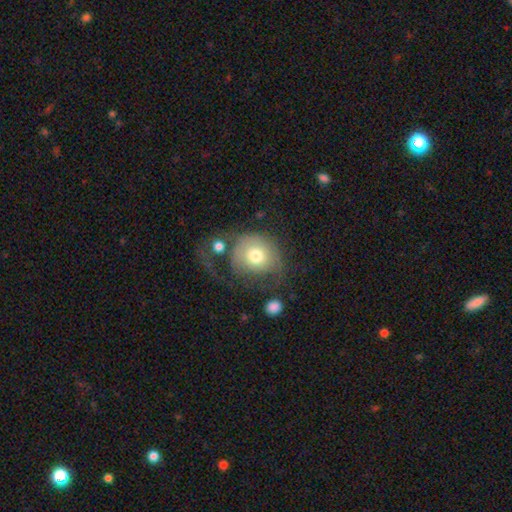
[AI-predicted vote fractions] This is likely a smooth galaxy (63%). How rounded: clearly round (84%). Merging: marginally major disturbance (38%).